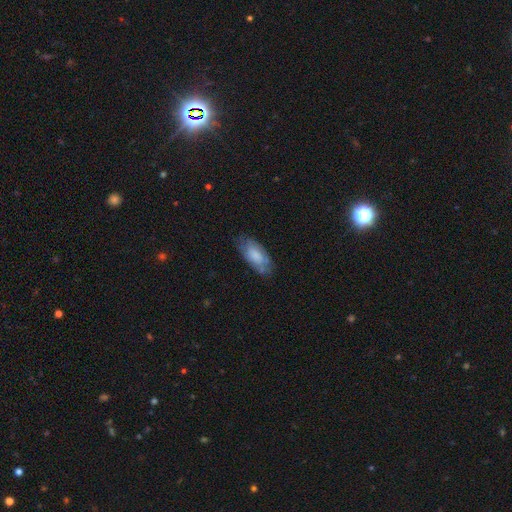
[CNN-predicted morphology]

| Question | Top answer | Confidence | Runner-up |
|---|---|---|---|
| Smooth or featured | smooth | 71% | featured or disk (22%) |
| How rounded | in between | 88% | cigar-shaped (10%) |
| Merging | none | 65% | minor disturbance (25%) |